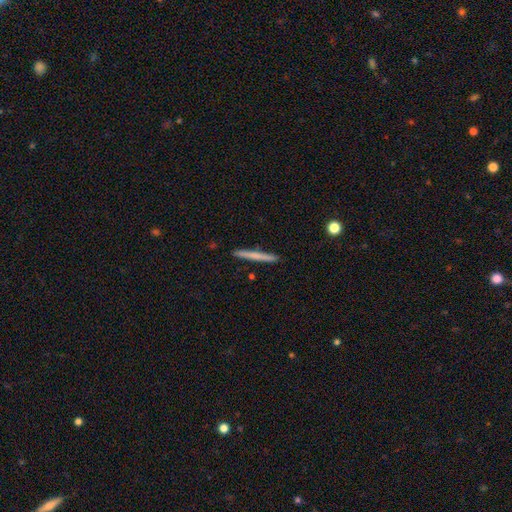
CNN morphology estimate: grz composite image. It shows a smooth galaxy with no disk features (63%) that is cigar-shaped (97%). Merging: none (92%).